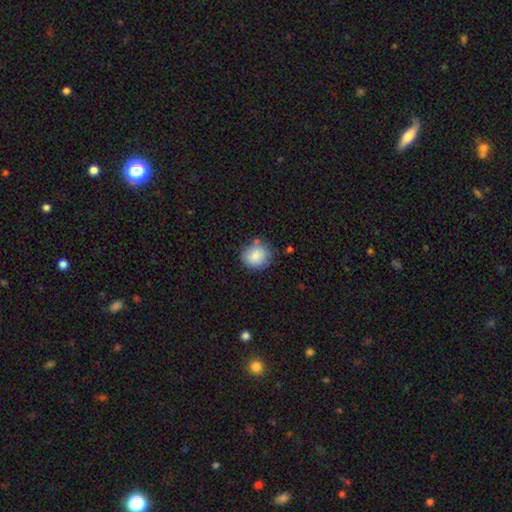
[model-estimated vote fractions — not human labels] Q: Smooth or featured?
A: smooth (85%); runner-up: star or artifact (8%)
Q: How rounded?
A: round (83%); runner-up: in between (16%)
Q: Merging?
A: none (75%); runner-up: minor disturbance (17%)